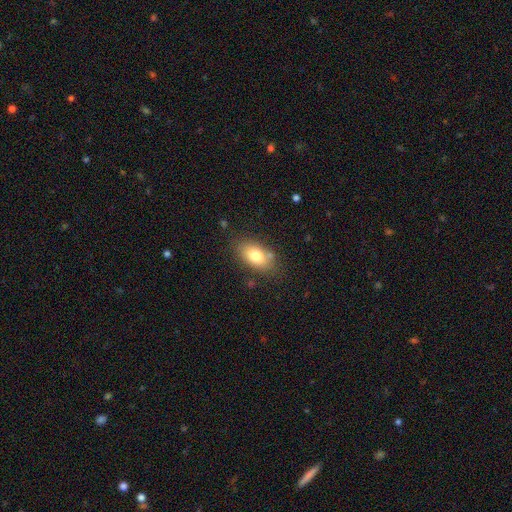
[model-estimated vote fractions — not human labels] Morphology: type=smooth (78%); roundness=in between (89%); merging=none (77%).